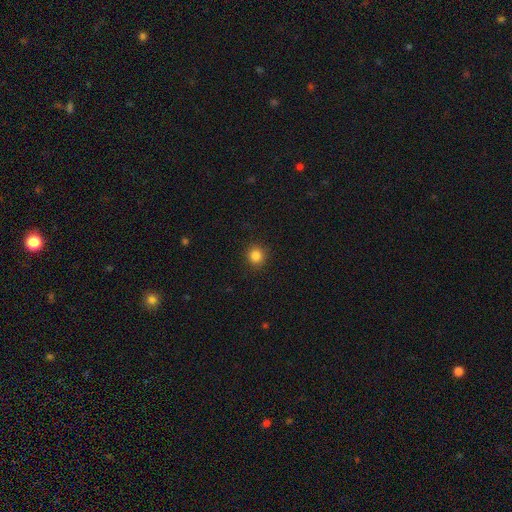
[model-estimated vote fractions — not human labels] A smooth galaxy with no disk features (85%) that is round (92%).

Vote fractions:
- Smooth or featured? smooth: 85% / star or artifact: 11% / featured or disk: 4%
- How rounded? round: 92% / in between: 7% / cigar-shaped: 1%
- Merging? none: 92% / minor disturbance: 6% / major disturbance: 2% / merger: 1%